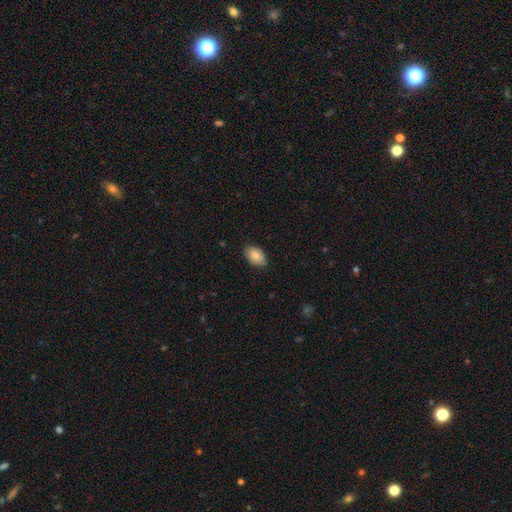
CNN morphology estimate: A smooth galaxy with no disk features (85%) that is in between round and cigar-shaped (92%). Merging: none (85%).